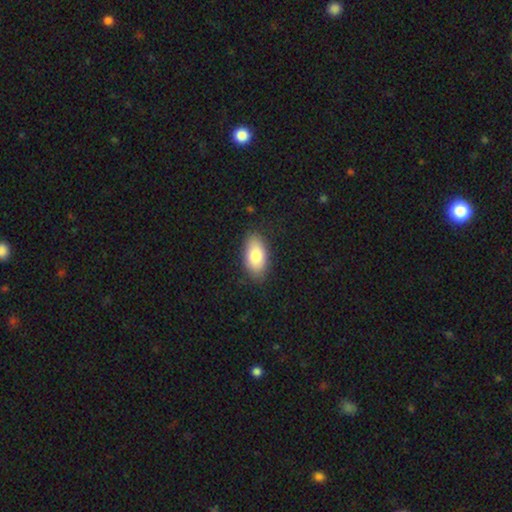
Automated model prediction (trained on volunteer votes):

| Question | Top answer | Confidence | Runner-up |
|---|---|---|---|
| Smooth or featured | smooth | 81% | featured or disk (12%) |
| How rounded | in between | 93% | round (4%) |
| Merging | none | 84% | minor disturbance (12%) |